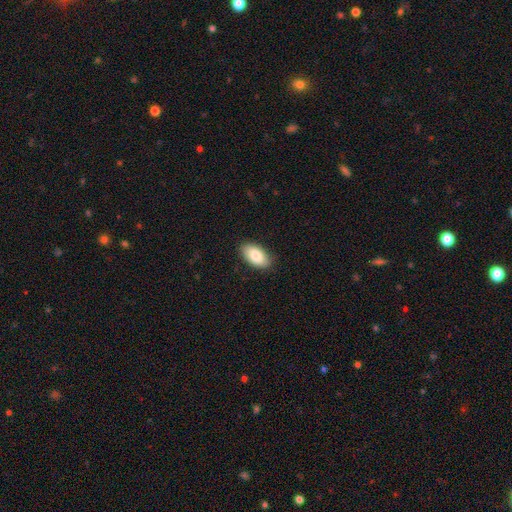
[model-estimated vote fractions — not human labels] Morphology: type=smooth (85%); roundness=in between (95%); merging=none (86%).